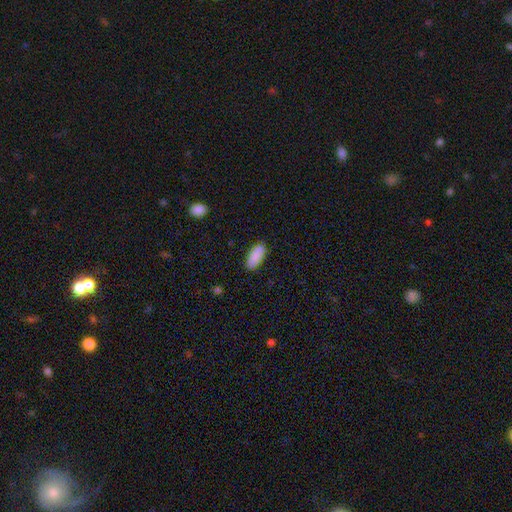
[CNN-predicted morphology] type=smooth (90%); roundness=in between (85%); merging=none (89%).